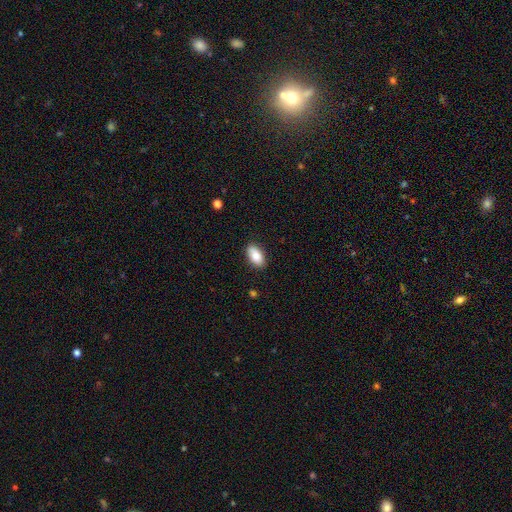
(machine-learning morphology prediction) smooth_or_featured: smooth (p=0.85) [alt: featured or disk p=0.09]
how_rounded: in between (p=0.92) [alt: cigar-shaped p=0.04]
merging: none (p=0.87) [alt: minor disturbance p=0.10]